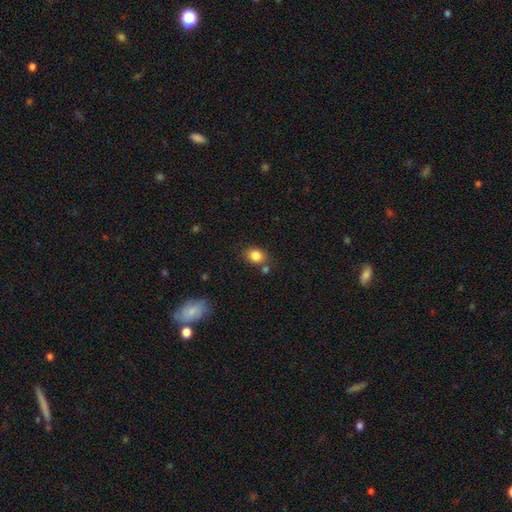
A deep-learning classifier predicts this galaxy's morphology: smooth-or-featured: smooth: 84% | star or artifact: 10% | featured or disk: 6%
  how-rounded: in between: 52% | round: 47% | cigar-shaped: 1%
  merging: none: 72% | minor disturbance: 14% | merger: 11% | major disturbance: 4%